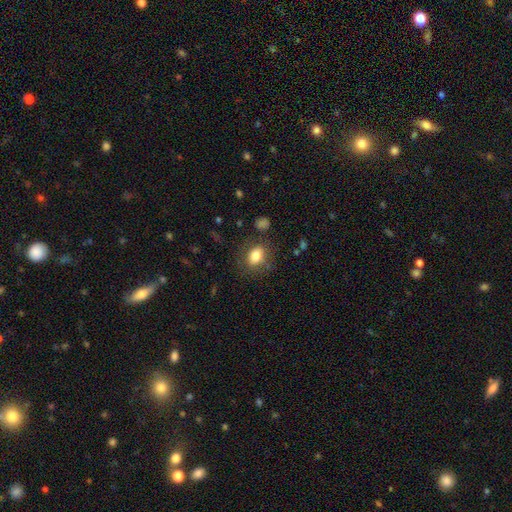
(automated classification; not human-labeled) smooth_or_featured: smooth (p=0.79) [alt: featured or disk p=0.11]
how_rounded: in between (p=0.68) [alt: round p=0.30]
merging: none (p=0.75) [alt: minor disturbance p=0.16]